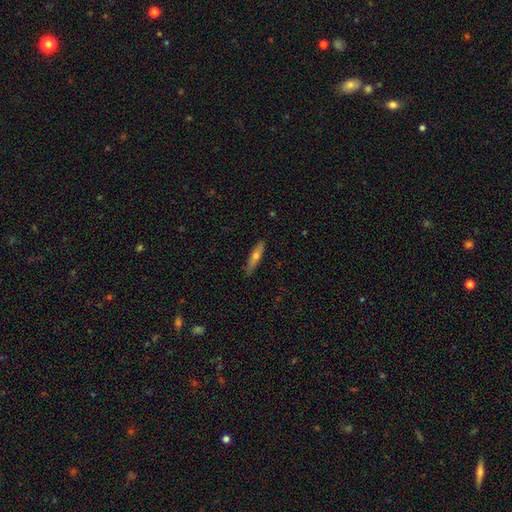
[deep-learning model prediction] This is possibly a smooth galaxy (59%). How rounded: likely cigar-shaped (80%). Merging: clearly none (87%).